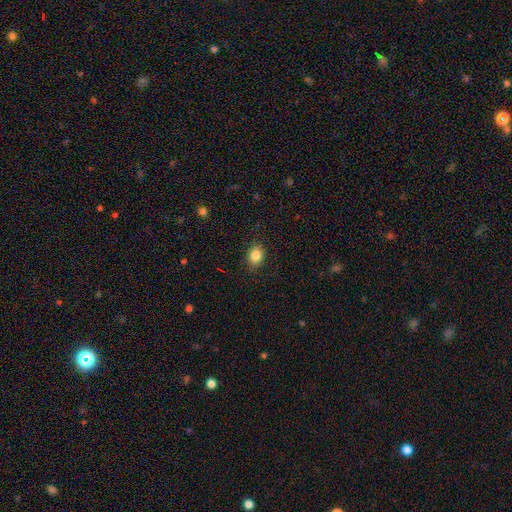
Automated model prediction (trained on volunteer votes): This appears to be a smooth galaxy with no disk features (84%) that is in between round and cigar-shaped (51%). Merging: none (88%).